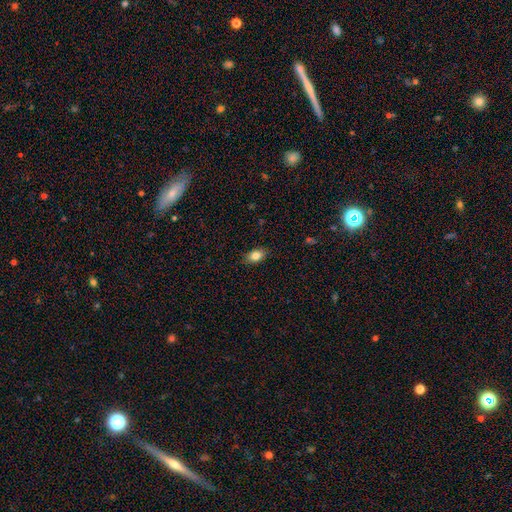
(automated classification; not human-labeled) Overall: smooth (83%). How rounded: in between (87%). Merging: none (87%).